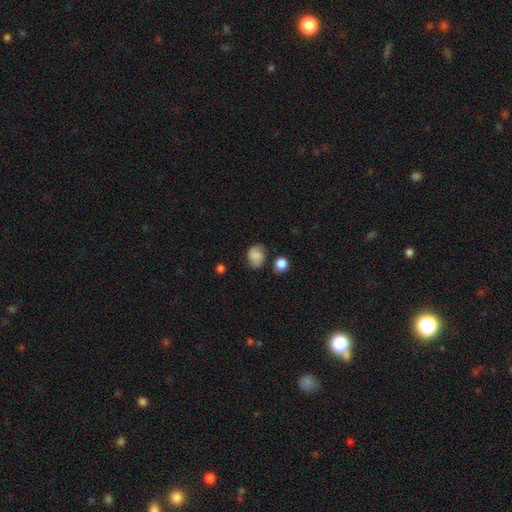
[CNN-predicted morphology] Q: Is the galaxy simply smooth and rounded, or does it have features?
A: smooth — 77%.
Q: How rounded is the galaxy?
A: round — 50%.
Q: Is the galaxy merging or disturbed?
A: none — 61%.